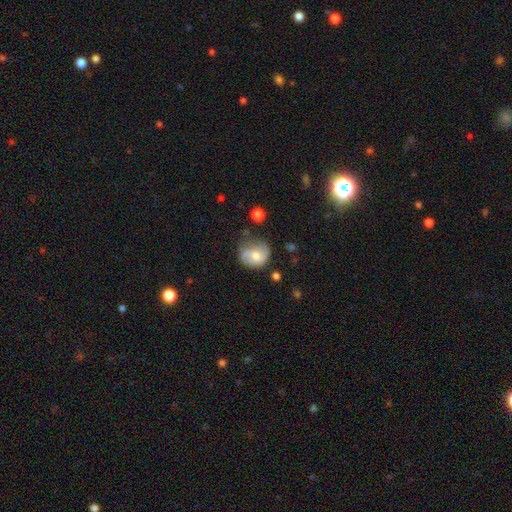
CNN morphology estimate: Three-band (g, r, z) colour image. It shows a smooth galaxy with no disk features (50%) that is round (66%). Merging: none (47%).